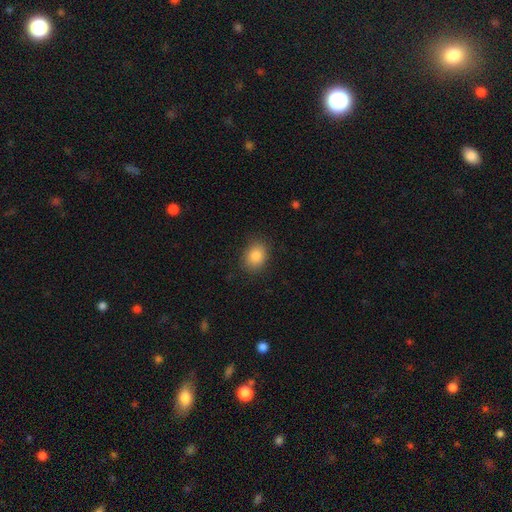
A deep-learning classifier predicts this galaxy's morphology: A smooth galaxy with no disk features (86%) that is in between round and cigar-shaped (54%).

Vote fractions:
- Smooth or featured? smooth: 86% / star or artifact: 9% / featured or disk: 6%
- How rounded? in between: 54% / round: 45% / cigar-shaped: 1%
- Merging? none: 85% / minor disturbance: 11% / major disturbance: 3% / merger: 1%